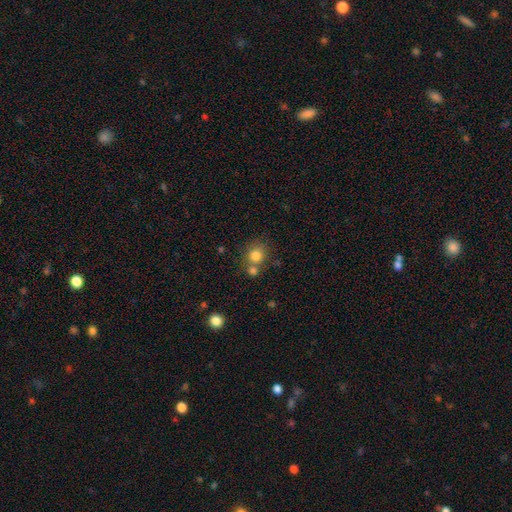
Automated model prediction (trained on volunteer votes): smooth 80%, star or artifact 12%, featured or disk 8%. Down the decision tree: how rounded — round (86%); merging — none (58%).